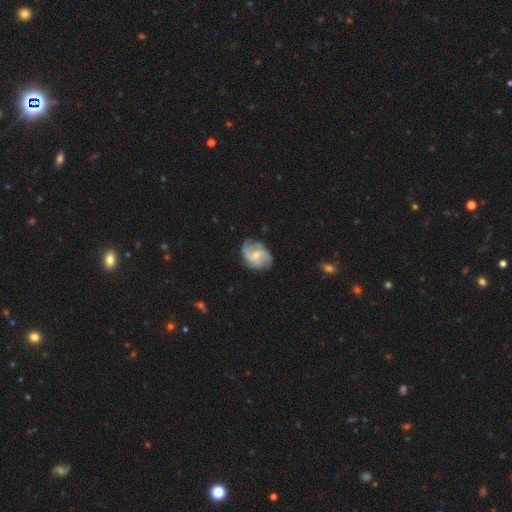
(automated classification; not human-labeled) A featured or disk galaxy (77%) with a weak bar (48%), 2 (46%) medium (46%) spiral arms (93%) and a small central bulge (51%). Merging: none (65%).